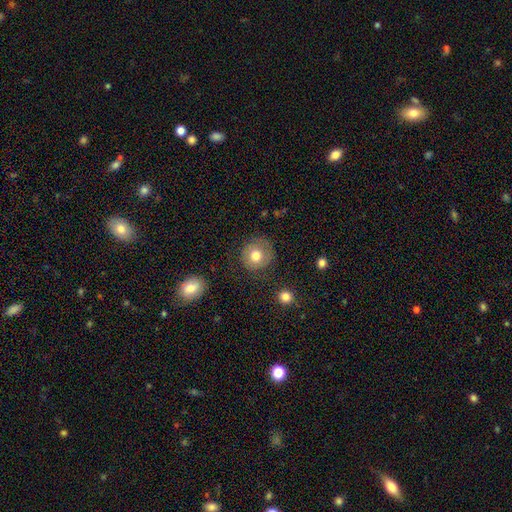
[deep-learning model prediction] The model was most divided on "smooth or featured": smooth: 71%, featured or disk: 20%, star or artifact: 9%. More confident: how rounded — round (90%); merging — none (77%).